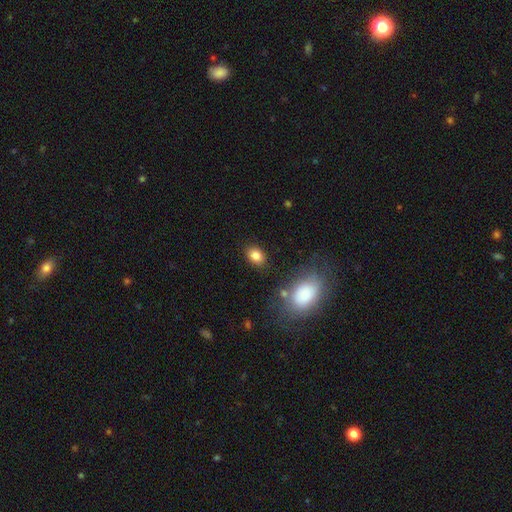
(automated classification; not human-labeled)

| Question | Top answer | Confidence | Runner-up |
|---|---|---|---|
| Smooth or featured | smooth | 83% | star or artifact (10%) |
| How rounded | in between | 71% | round (27%) |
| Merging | none | 83% | minor disturbance (10%) |